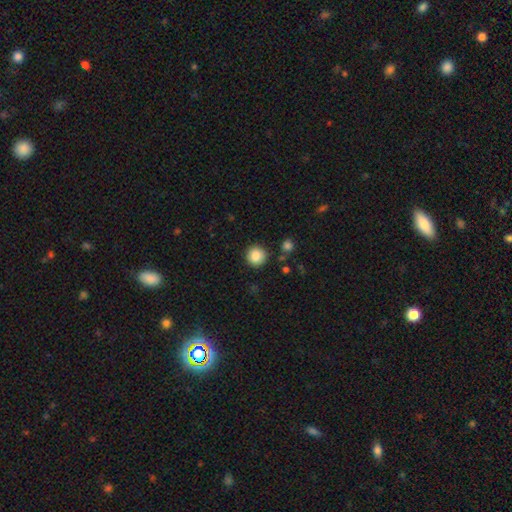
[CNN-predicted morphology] This appears to be a smooth galaxy with no disk features (86%) that is round (95%). Merging: none (89%).